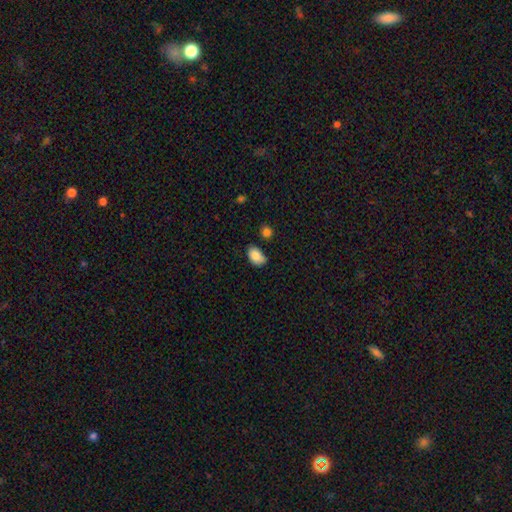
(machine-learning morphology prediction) smooth_or_featured: smooth (p=0.86) [alt: star or artifact p=0.08]
how_rounded: in between (p=0.88) [alt: round p=0.10]
merging: none (p=0.59) [alt: minor disturbance p=0.30]